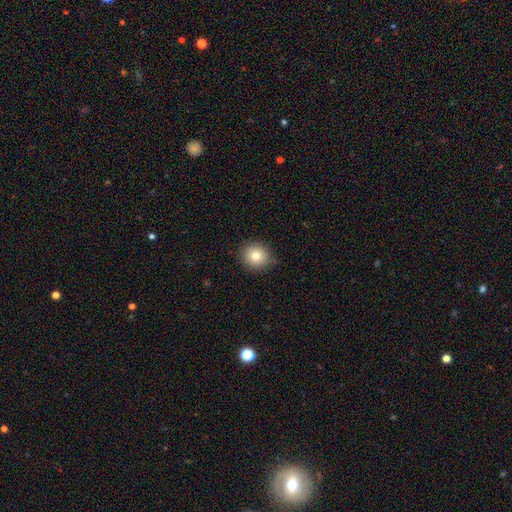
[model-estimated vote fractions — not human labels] Morphology: type=smooth (81%); roundness=round (83%); merging=none (84%).